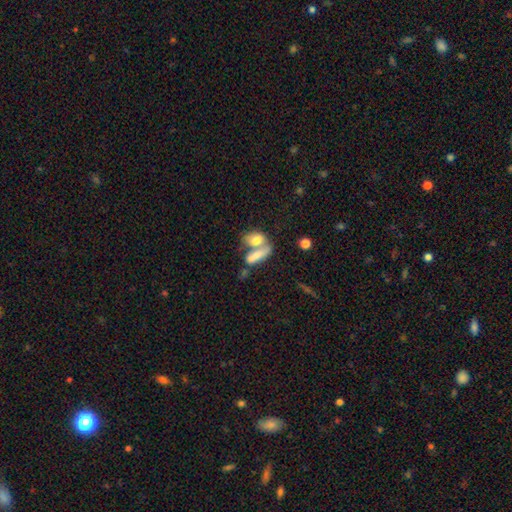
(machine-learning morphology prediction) This appears to be a smooth galaxy with no disk features (67%) that is in between round and cigar-shaped (70%). Merging: merger (61%).